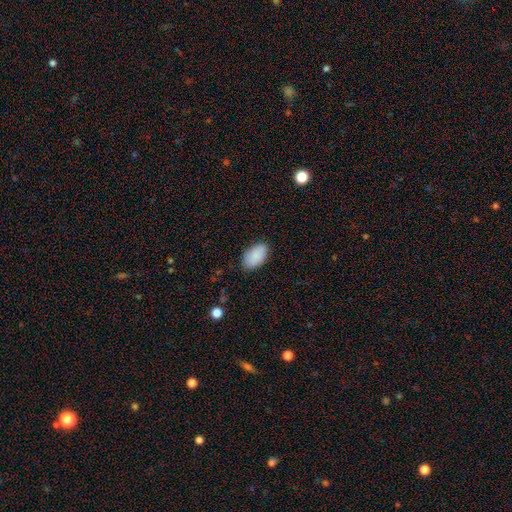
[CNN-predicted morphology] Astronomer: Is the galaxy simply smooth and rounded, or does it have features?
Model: smooth — 89%.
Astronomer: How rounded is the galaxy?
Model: in between — 95%.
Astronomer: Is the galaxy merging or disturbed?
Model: none — 85%.